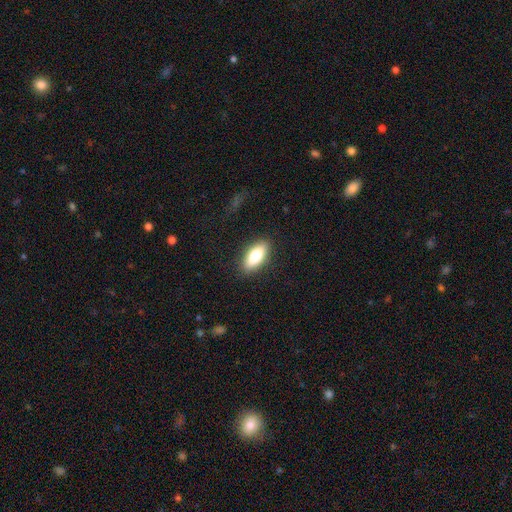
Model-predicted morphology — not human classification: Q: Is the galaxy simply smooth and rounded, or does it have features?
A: smooth — 76%.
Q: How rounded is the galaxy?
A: in between — 83%.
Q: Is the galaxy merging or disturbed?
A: none — 87%.